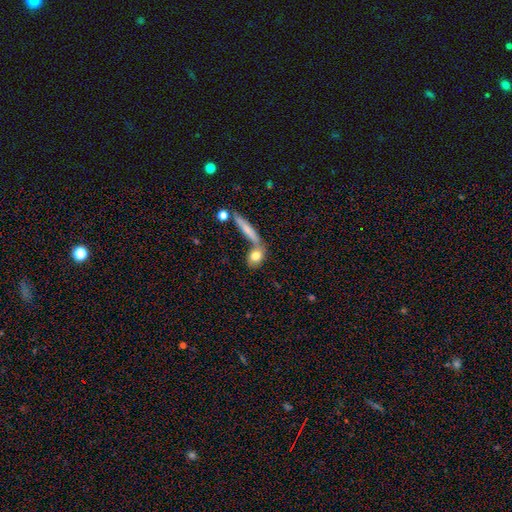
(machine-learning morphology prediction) A smooth galaxy with no disk features (77%) that is in between round and cigar-shaped (43%). Merging: none (55%).